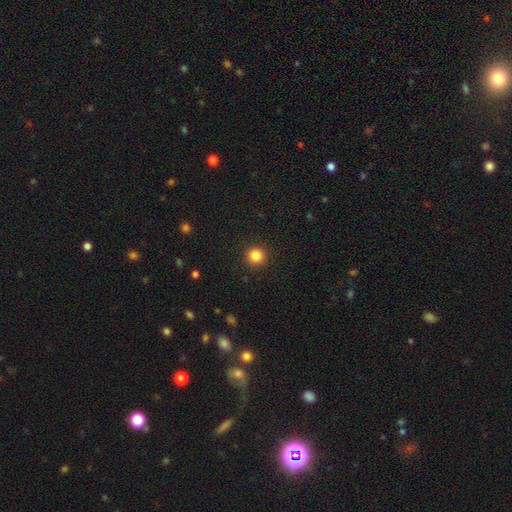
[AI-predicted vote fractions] A smooth galaxy with no disk features (85%) that is round (94%). Merging: none (92%).